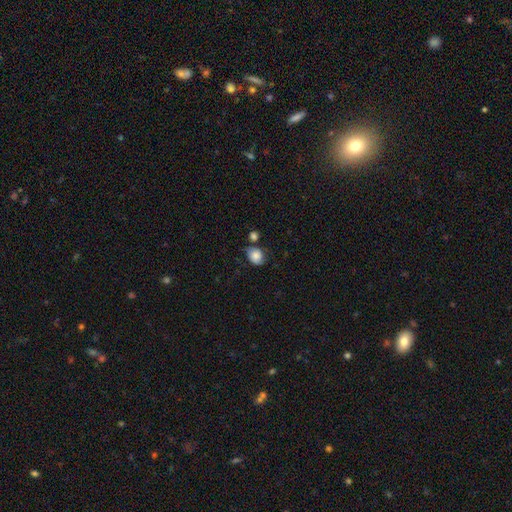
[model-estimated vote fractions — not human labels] Q: Smooth or featured?
A: smooth (79%); runner-up: featured or disk (12%)
Q: How rounded?
A: in between (52%); runner-up: round (47%)
Q: Merging?
A: none (53%); runner-up: minor disturbance (25%)